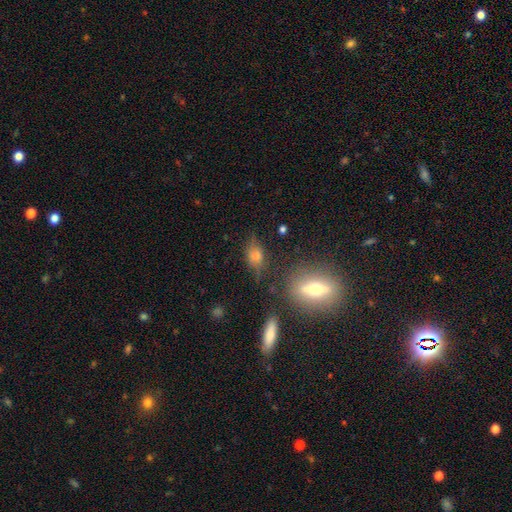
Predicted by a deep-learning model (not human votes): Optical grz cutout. It shows a smooth galaxy with no disk features (60%) that is in between round and cigar-shaped (75%). Merging: none (59%).